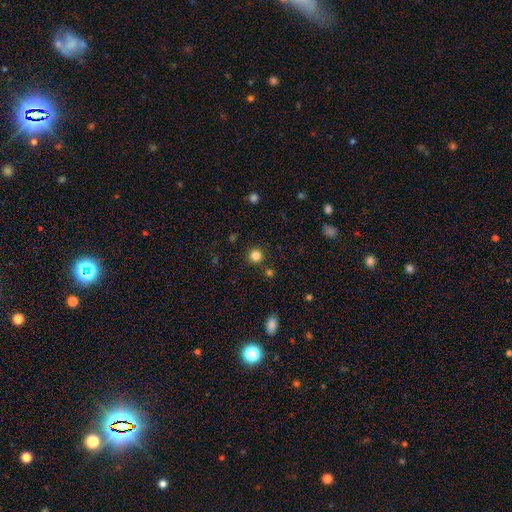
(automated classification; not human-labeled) Smooth or featured?
  - smooth: 82% *
  - star or artifact: 14%
  - featured or disk: 4%
How rounded?
  - round: 95% *
  - in between: 4%
  - cigar-shaped: 1%
Merging?
  - none: 89% *
  - minor disturbance: 5%
  - merger: 3%
  - major disturbance: 2%